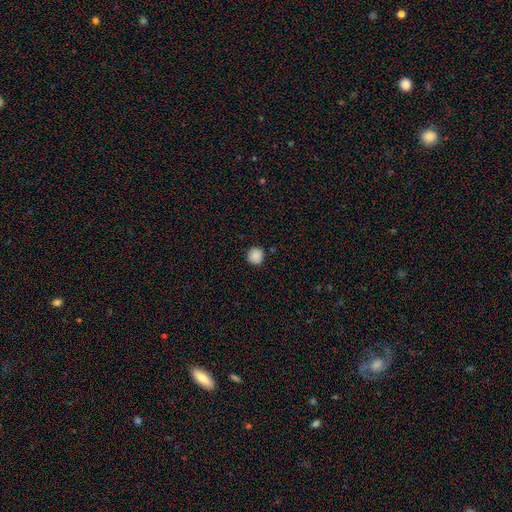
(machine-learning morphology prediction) A smooth galaxy with no disk features (87%) that is round (95%).

Vote fractions:
- Smooth or featured? smooth: 87% / star or artifact: 10% / featured or disk: 3%
- How rounded? round: 95% / in between: 4% / cigar-shaped: 1%
- Merging? none: 88% / minor disturbance: 8% / major disturbance: 2% / merger: 2%